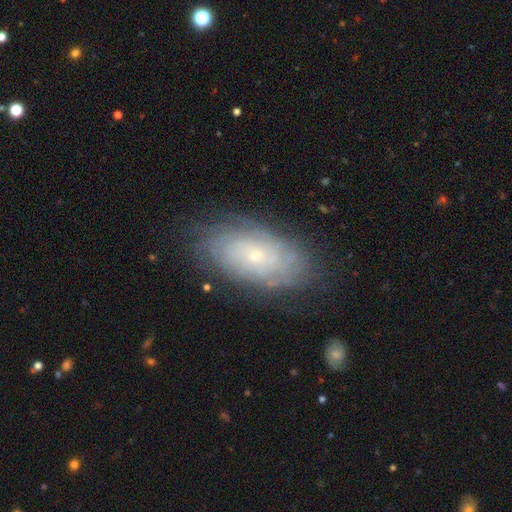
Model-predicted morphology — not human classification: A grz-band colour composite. It shows a featured or disk galaxy (69%) with no bar (81%), tight (78%) spiral arms (87%) and a small central bulge (78%). Merging: none (77%).